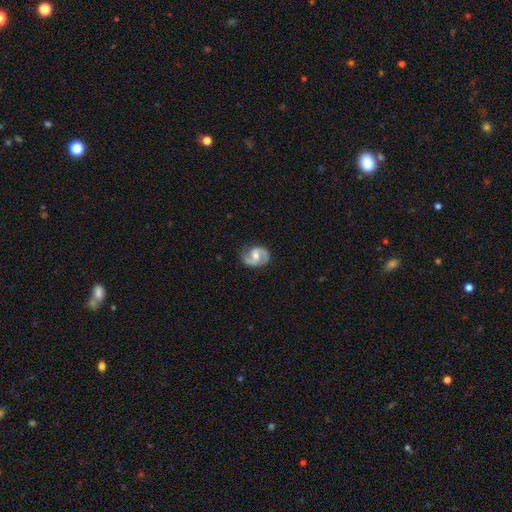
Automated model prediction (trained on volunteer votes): Smooth or featured? Predicted: featured or disk (p=0.85). Edge-on disk? Predicted: no (p=0.98). Bar? Predicted: weak (p=0.48). Spiral arms? Predicted: yes (p=0.96). Spiral winding? Predicted: medium (p=0.56). Spiral arm count? Predicted: 2 (p=0.92). Bulge size? Predicted: moderate (p=0.60). Merging? Predicted: none (p=0.80).